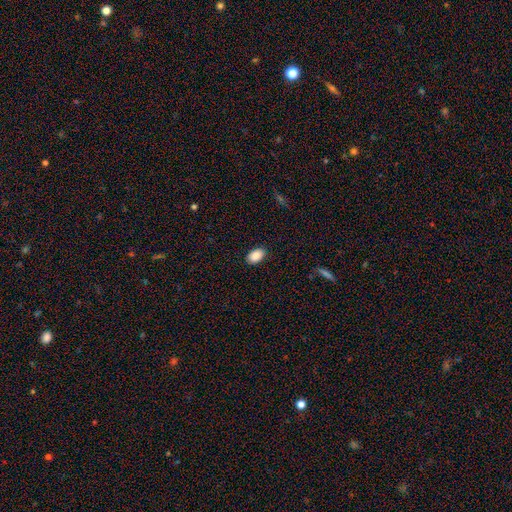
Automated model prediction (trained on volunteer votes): Q: Smooth or featured?
A: smooth (89%); runner-up: star or artifact (7%)
Q: How rounded?
A: in between (91%); runner-up: round (7%)
Q: Merging?
A: none (88%); runner-up: minor disturbance (9%)